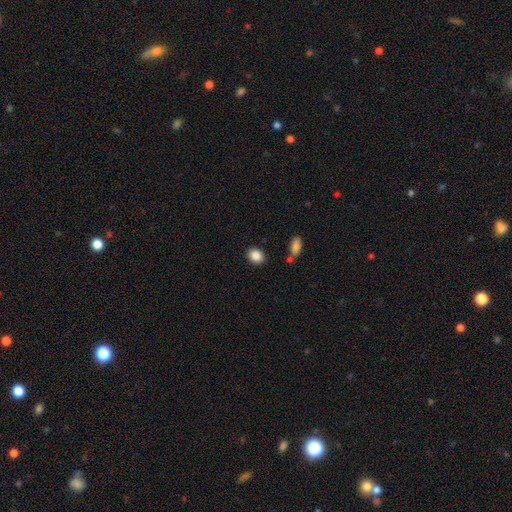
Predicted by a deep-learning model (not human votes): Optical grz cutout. It shows a smooth galaxy with no disk features (88%) that is round (55%). Merging: none (85%).